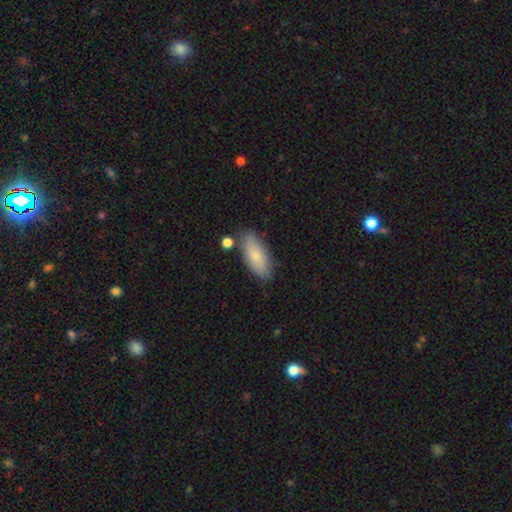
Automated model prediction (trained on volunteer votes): This is clearly a smooth galaxy (81%). How rounded: likely in between (79%). Merging: likely none (77%).